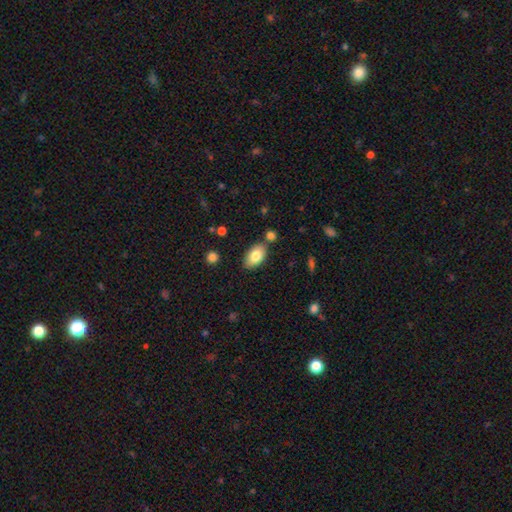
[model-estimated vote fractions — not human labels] Smooth or featured?
  - smooth: 81% *
  - featured or disk: 12%
  - star or artifact: 7%
How rounded?
  - in between: 93% *
  - round: 5%
  - cigar-shaped: 2%
Merging?
  - none: 77% *
  - minor disturbance: 13%
  - merger: 8%
  - major disturbance: 3%